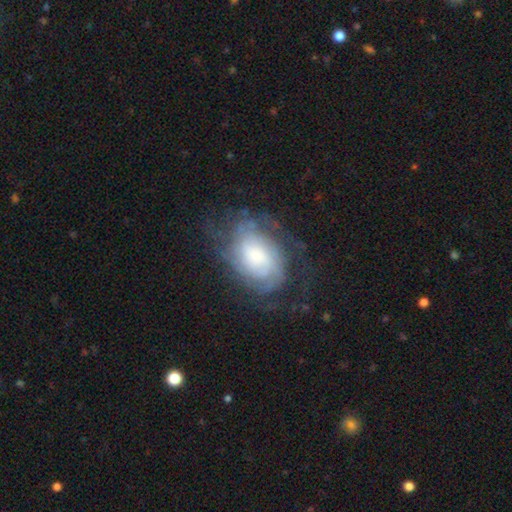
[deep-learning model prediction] This is likely a featured or disk galaxy (73%). It is clearly not viewed edge-on (97%). Bar: likely no (69%). Spiral arm pattern: clearly yes (91%). Spiral arm count: marginally can't tell (45%). Spiral winding: possibly tight (55%). Central bulge: marginally large (34%). Merging: likely none (62%).